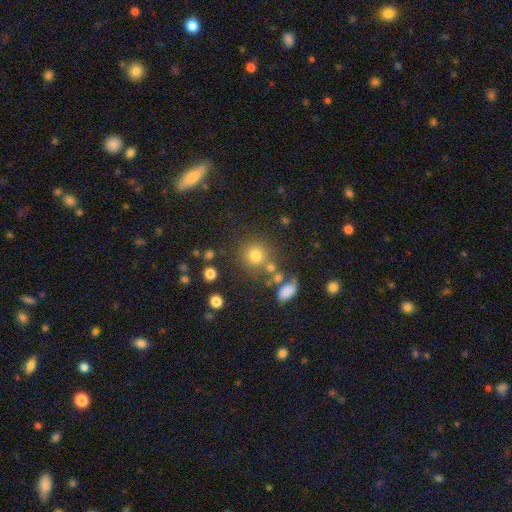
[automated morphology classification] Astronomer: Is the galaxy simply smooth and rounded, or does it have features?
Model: smooth — 75%.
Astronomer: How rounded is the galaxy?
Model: round — 89%.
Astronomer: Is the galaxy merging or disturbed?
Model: none — 70%.